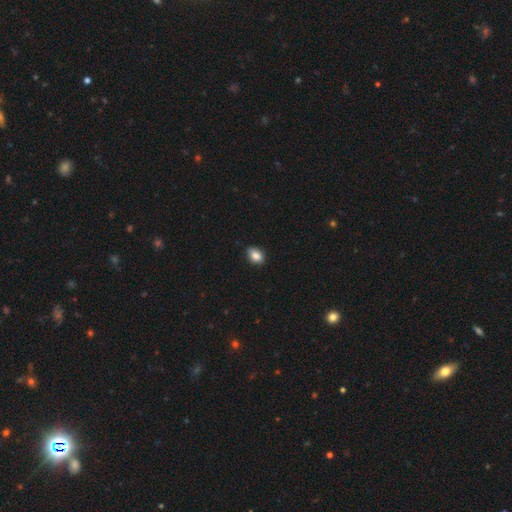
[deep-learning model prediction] The model was most divided on "how rounded": in between: 79%, round: 20%, cigar-shaped: 1%. More confident: smooth or featured — smooth (86%); merging — none (83%).